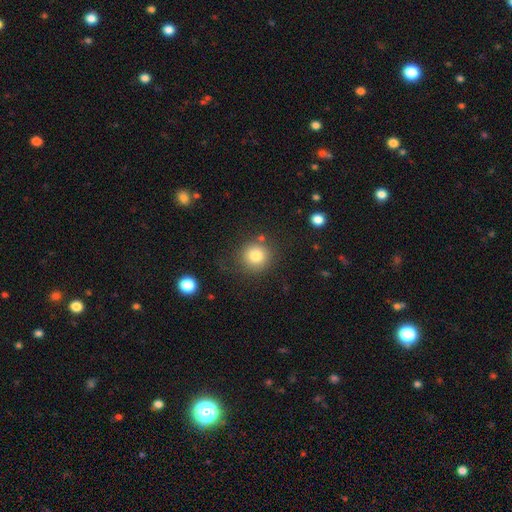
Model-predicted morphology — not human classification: Smooth or featured: smooth — 82% (star or artifact — 10%)
How rounded: round — 92% (in between — 7%)
Merging: none — 80% (minor disturbance — 11%)